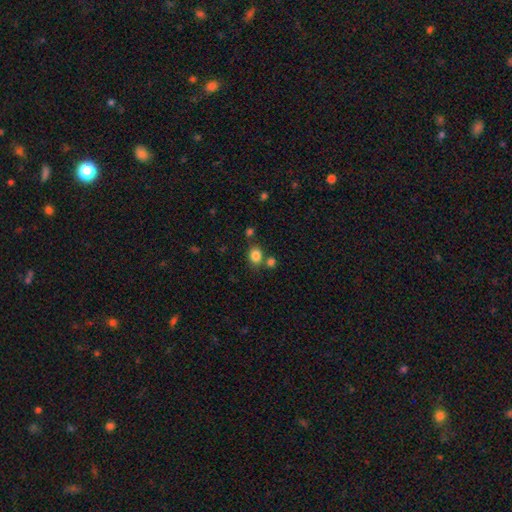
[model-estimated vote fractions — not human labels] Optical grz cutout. It shows a smooth galaxy with no disk features (84%) that is round (52%). Merging: none (70%).